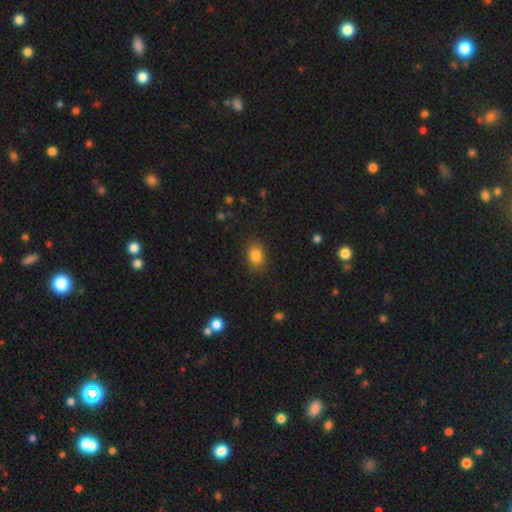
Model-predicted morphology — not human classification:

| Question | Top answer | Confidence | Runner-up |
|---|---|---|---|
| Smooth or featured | smooth | 84% | star or artifact (10%) |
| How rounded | in between | 67% | round (32%) |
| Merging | none | 87% | minor disturbance (10%) |